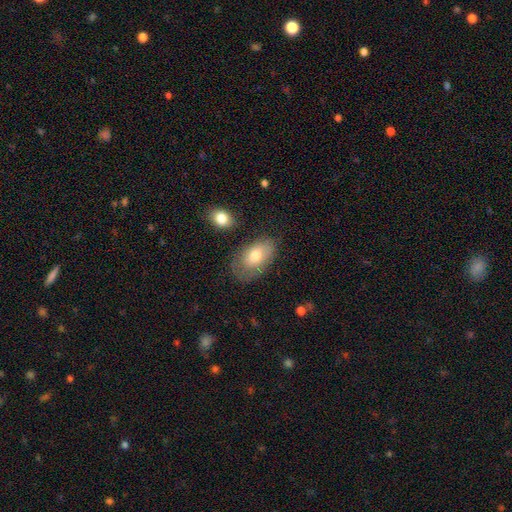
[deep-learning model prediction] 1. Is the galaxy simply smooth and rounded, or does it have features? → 71% smooth, 21% featured or disk, 7% star or artifact.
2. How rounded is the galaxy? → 92% in between, 7% round, 2% cigar-shaped.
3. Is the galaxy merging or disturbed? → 62% none, 25% minor disturbance, 10% major disturbance, 4% merger.